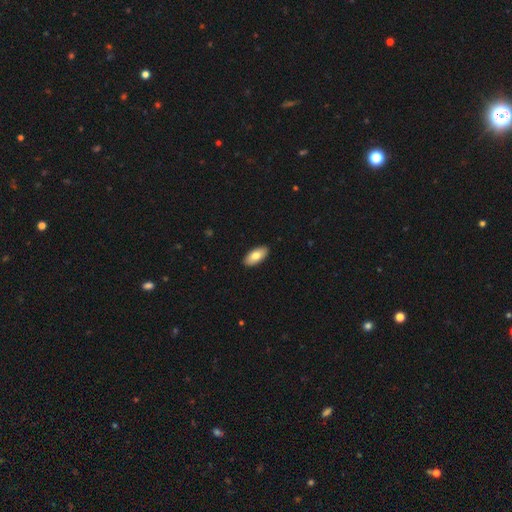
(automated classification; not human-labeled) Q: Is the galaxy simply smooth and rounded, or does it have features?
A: smooth — 79%.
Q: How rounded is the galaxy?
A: in between — 92%.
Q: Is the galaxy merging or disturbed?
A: none — 91%.